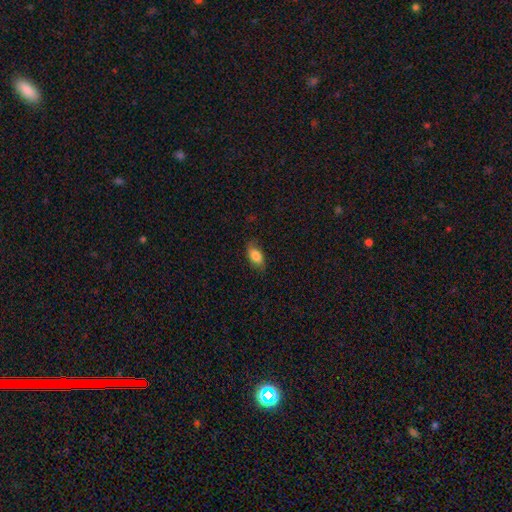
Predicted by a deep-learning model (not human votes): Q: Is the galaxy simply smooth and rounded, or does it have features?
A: smooth — 83%.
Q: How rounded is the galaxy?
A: in between — 89%.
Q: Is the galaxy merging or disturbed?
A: none — 81%.